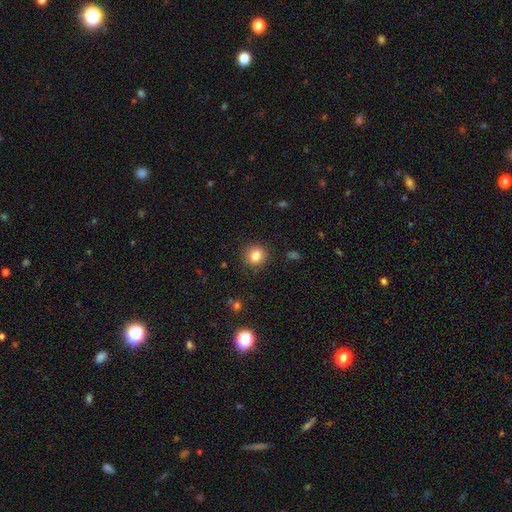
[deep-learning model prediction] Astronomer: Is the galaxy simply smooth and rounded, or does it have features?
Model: smooth — 81%.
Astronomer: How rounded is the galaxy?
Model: round — 85%.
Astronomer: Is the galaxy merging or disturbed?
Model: none — 87%.